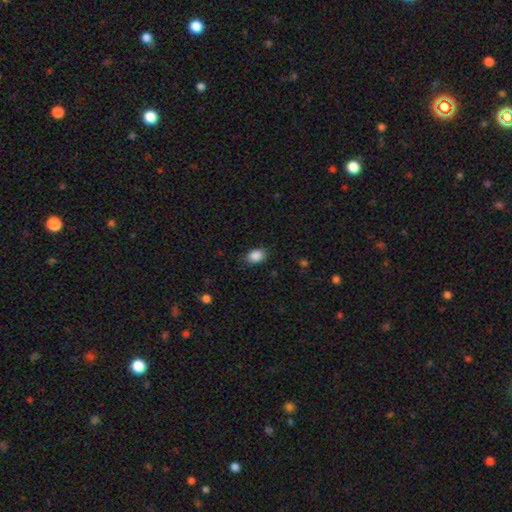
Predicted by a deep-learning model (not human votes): smooth 88%, star or artifact 8%, featured or disk 4%. Down the decision tree: how rounded — in between (82%); merging — none (84%).